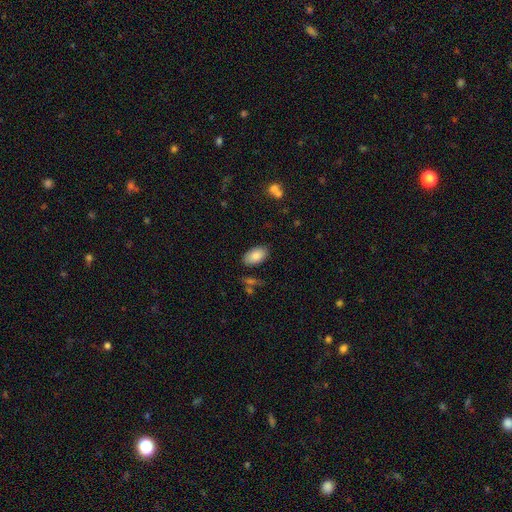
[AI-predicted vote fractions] Smooth or featured? Predicted: smooth (p=0.85). How rounded? Predicted: in between (p=0.94). Merging? Predicted: none (p=0.82).